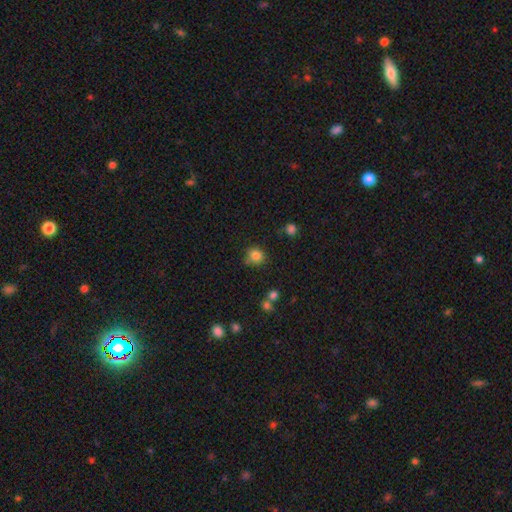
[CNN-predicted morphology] Smooth or featured? Predicted: smooth (p=0.82). How rounded? Predicted: round (p=0.87). Merging? Predicted: none (p=0.76).